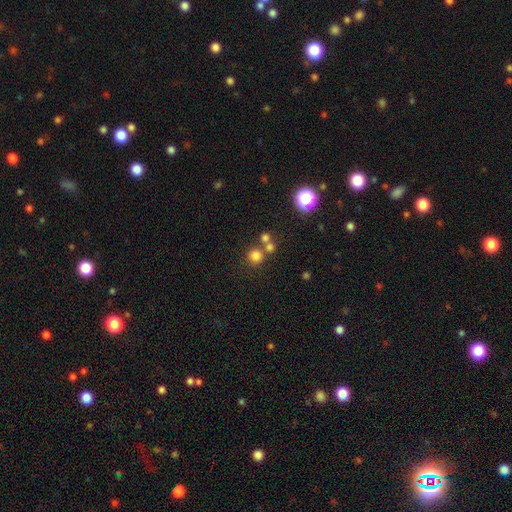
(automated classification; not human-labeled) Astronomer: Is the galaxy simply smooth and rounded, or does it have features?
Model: smooth — 76%.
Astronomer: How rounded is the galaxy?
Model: round — 91%.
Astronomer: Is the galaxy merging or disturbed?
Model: none — 64%.